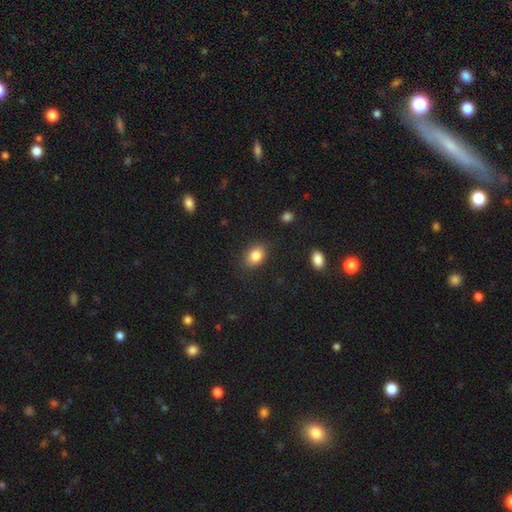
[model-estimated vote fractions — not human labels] Overall: smooth (84%). How rounded: in between (73%). Merging: none (83%).